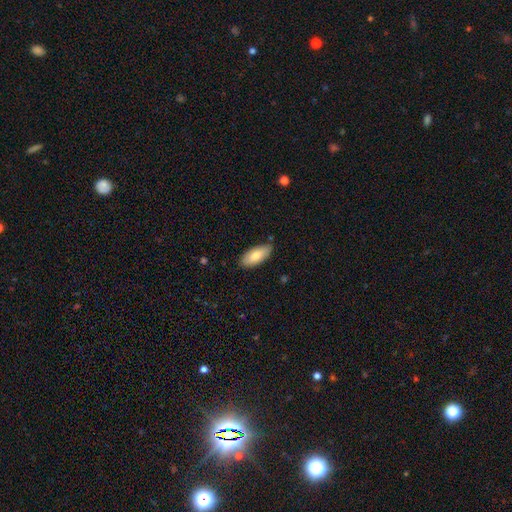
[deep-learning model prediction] smooth-or-featured: smooth: 78% | featured or disk: 16% | star or artifact: 6%
  how-rounded: in between: 87% | cigar-shaped: 11% | round: 2%
  merging: none: 83% | minor disturbance: 13% | major disturbance: 2% | merger: 2%